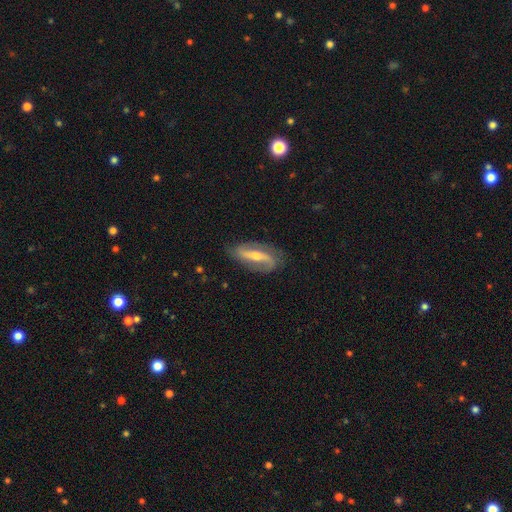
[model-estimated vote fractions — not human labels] Smooth or featured? featured or disk (81%)
Edge-on disk? no (89%)
Bar? strong (47%)
Spiral arms? yes (92%)
Spiral winding? loose (47%)
Spiral arm count? 2 (87%)
Bulge size? moderate (52%)
Merging? none (79%)